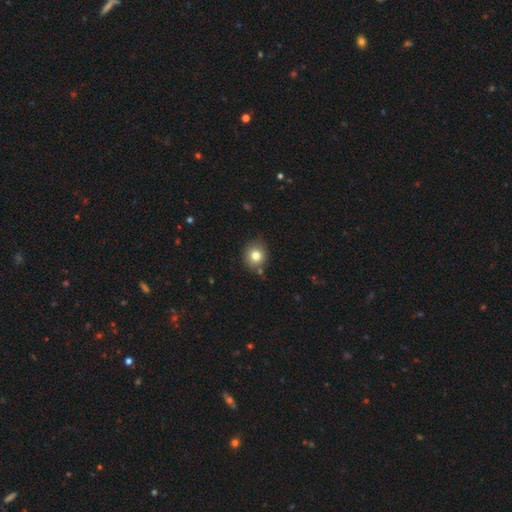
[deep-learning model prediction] smooth-or-featured: smooth: 79% | star or artifact: 11% | featured or disk: 10%
  how-rounded: round: 80% | in between: 19% | cigar-shaped: 1%
  merging: none: 80% | minor disturbance: 13% | merger: 4% | major disturbance: 3%